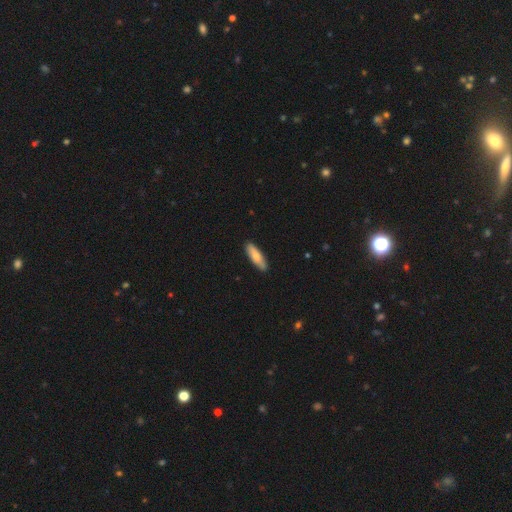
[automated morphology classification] A smooth galaxy with no disk features (75%) that is cigar-shaped (58%).

Vote fractions:
- Smooth or featured? smooth: 75% / featured or disk: 20% / star or artifact: 5%
- How rounded? cigar-shaped: 58% / in between: 40% / round: 2%
- Merging? none: 87% / minor disturbance: 10% / major disturbance: 2% / merger: 1%